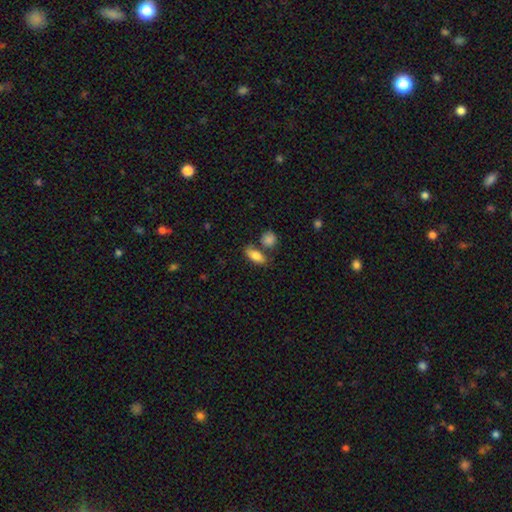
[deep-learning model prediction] smooth 80%, featured or disk 12%, star or artifact 8%. Down the decision tree: how rounded — in between (78%); merging — none (62%).